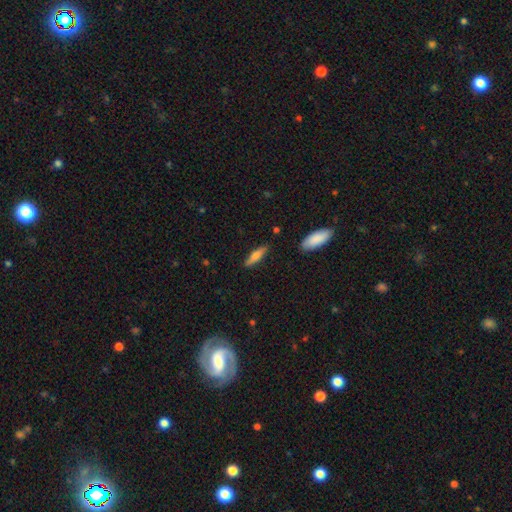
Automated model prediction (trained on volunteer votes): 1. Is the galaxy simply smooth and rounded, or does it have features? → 66% smooth, 28% featured or disk, 6% star or artifact.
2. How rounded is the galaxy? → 71% cigar-shaped, 27% in between, 2% round.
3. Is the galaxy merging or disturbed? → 86% none, 10% minor disturbance, 2% major disturbance, 2% merger.